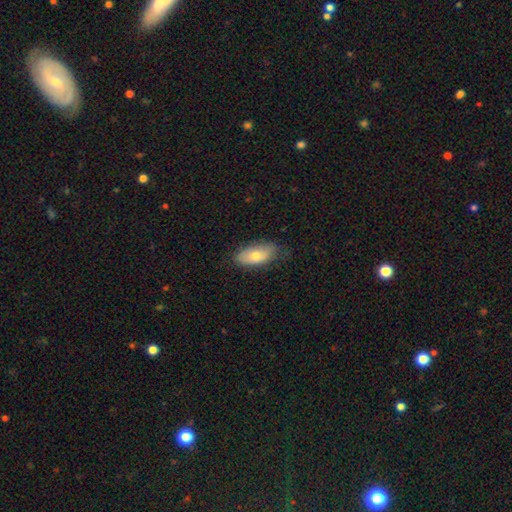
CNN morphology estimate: The model was most divided on "smooth or featured": smooth: 70%, featured or disk: 23%, star or artifact: 7%. More confident: how rounded — in between (88%); merging — none (74%).